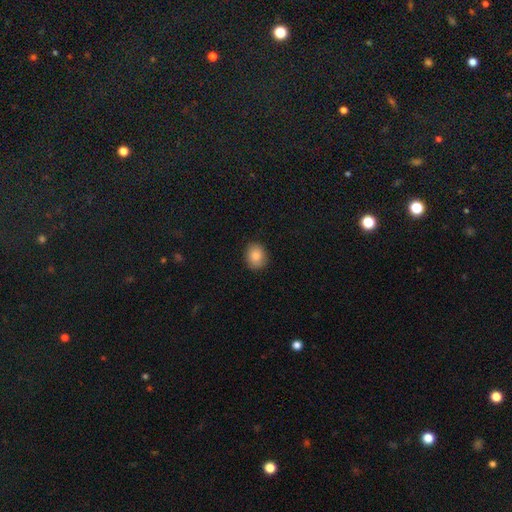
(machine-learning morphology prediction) This appears to be a smooth galaxy with no disk features (86%) that is round (60%). Merging: none (85%).